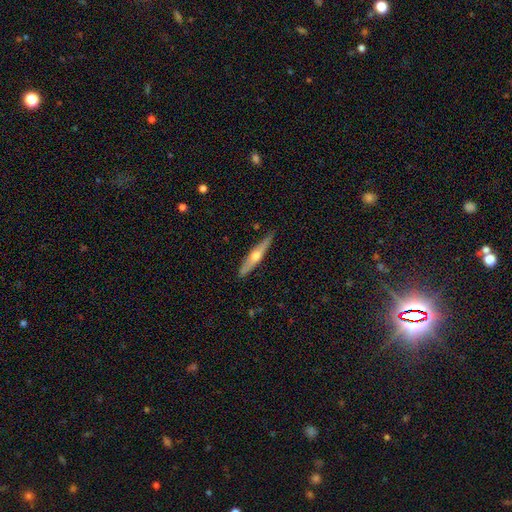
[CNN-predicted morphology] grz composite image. It shows a featured or disk galaxy (63%) viewed edge-on (95%) with a rounded central bulge (92%). Merging: none (88%).